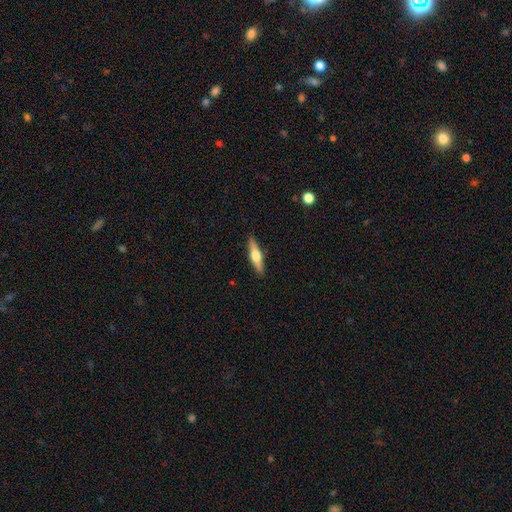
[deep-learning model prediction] This is possibly a featured or disk galaxy (54%). It is clearly viewed edge-on (96%). Edge-on bulge: clearly rounded (93%). Merging: clearly none (90%).